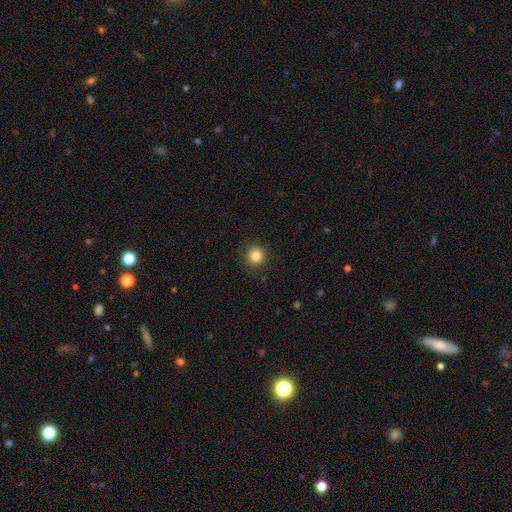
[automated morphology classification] Smooth or featured? smooth (84%)
How rounded? round (95%)
Merging? none (91%)